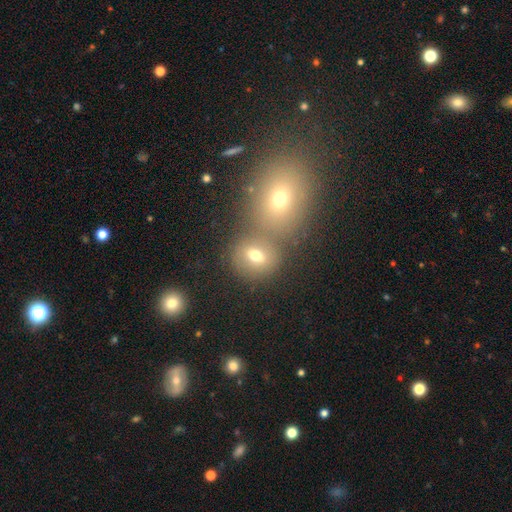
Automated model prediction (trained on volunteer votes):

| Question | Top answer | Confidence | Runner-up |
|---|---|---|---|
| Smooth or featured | smooth | 68% | featured or disk (16%) |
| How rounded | round | 64% | in between (34%) |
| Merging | none | 52% | merger (35%) |